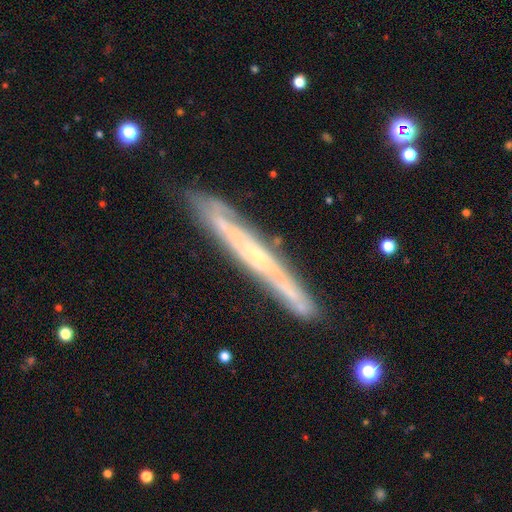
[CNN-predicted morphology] This appears to be a featured or disk galaxy (75%) viewed edge-on (82%) with no central bulge (57%). Merging: none (83%).